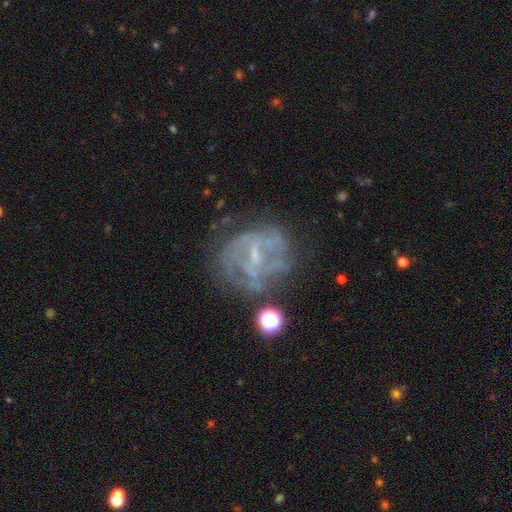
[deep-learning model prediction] Morphology: type=featured or disk (75%); edge-on=no (97%); bar=weak (50%); spiral arms=yes (64%); bulge=small (52%); merging=none (54%).